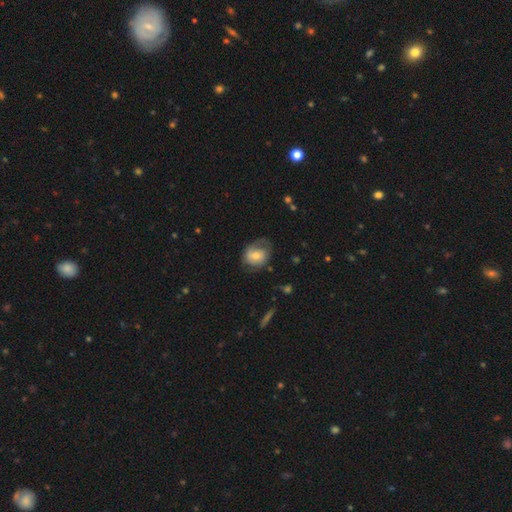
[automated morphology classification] Q: Smooth or featured?
A: featured or disk (51%); runner-up: smooth (42%)
Q: Edge-on disk?
A: no (96%); runner-up: yes (4%)
Q: Merging?
A: none (55%); runner-up: minor disturbance (26%)